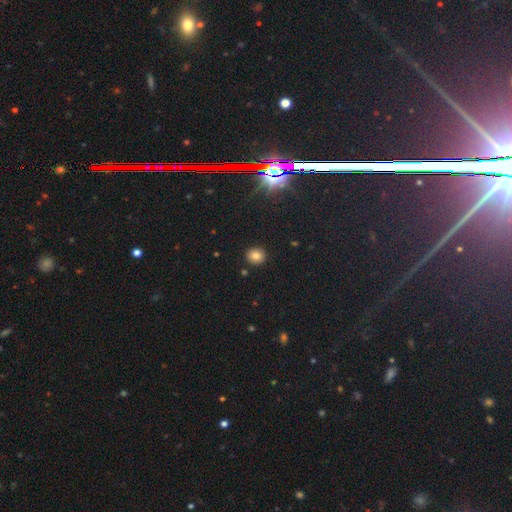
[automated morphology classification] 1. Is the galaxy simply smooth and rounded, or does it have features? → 79% smooth, 14% star or artifact, 7% featured or disk.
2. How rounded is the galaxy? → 78% round, 21% in between, 1% cigar-shaped.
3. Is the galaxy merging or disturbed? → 90% none, 6% minor disturbance, 2% major disturbance, 2% merger.